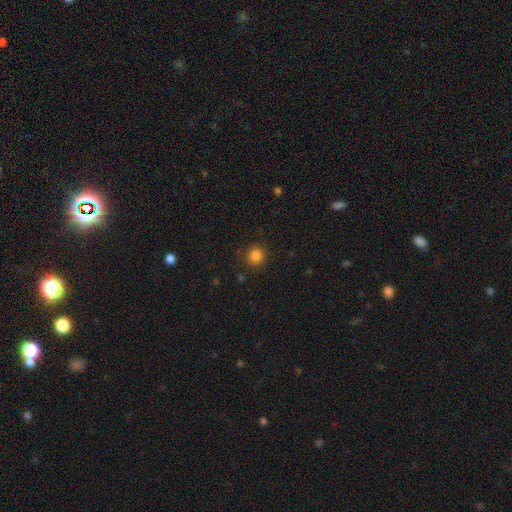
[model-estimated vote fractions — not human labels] Smooth or featured? Predicted: smooth (p=0.83). How rounded? Predicted: round (p=0.92). Merging? Predicted: none (p=0.90).